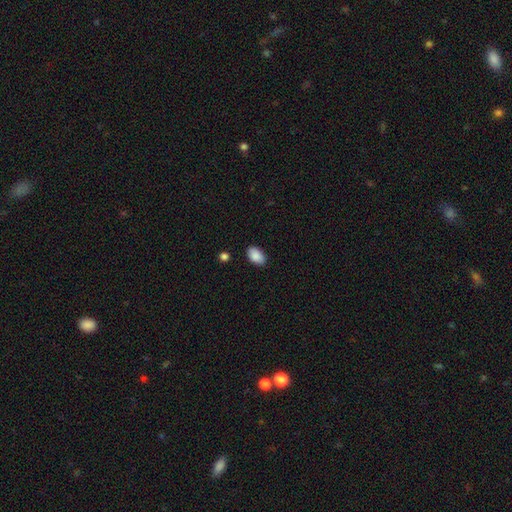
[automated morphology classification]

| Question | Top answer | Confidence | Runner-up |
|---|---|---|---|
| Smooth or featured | smooth | 89% | star or artifact (7%) |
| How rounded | in between | 94% | round (5%) |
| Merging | none | 87% | minor disturbance (10%) |